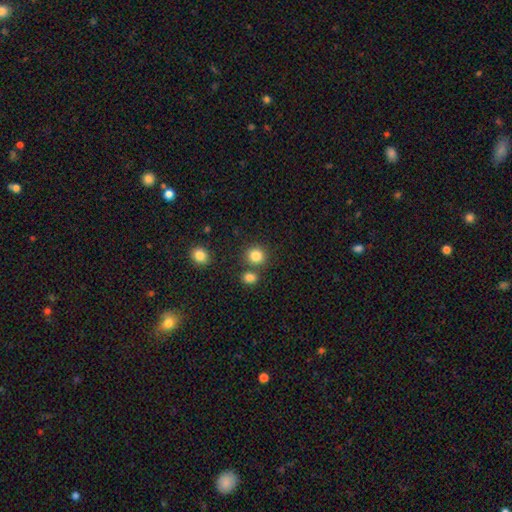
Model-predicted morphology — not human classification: Smooth or featured? Predicted: smooth (p=0.83). How rounded? Predicted: round (p=0.87). Merging? Predicted: none (p=0.76).